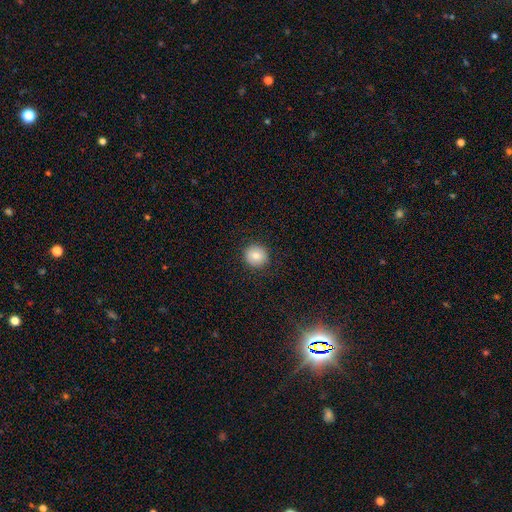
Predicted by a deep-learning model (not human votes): A smooth galaxy with no disk features (82%) that is round (93%).

Vote fractions:
- Smooth or featured? smooth: 82% / star or artifact: 9% / featured or disk: 9%
- How rounded? round: 93% / in between: 6% / cigar-shaped: 1%
- Merging? none: 91% / minor disturbance: 6% / major disturbance: 2% / merger: 1%